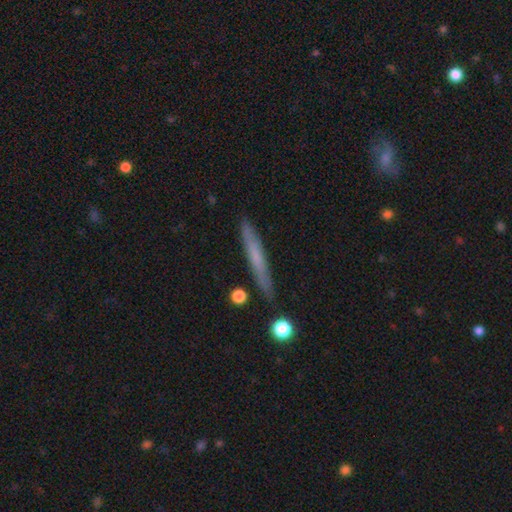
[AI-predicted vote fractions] Overall: smooth (55%; featured or disk 37%). How rounded: cigar-shaped (95%). Merging: none (86%).